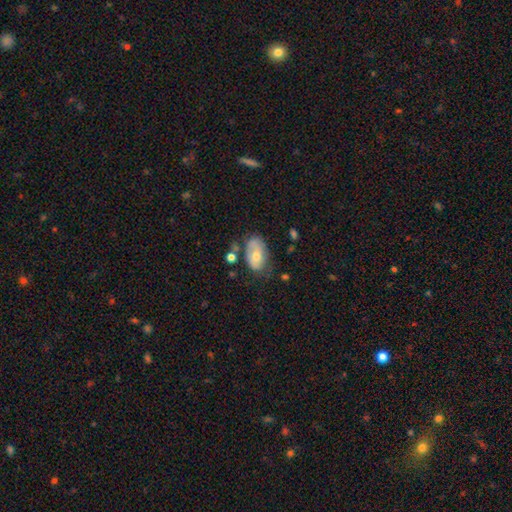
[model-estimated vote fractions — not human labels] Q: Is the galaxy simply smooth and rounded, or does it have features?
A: smooth — 59%.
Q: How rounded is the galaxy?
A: in between — 89%.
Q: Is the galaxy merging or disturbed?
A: none — 52%.